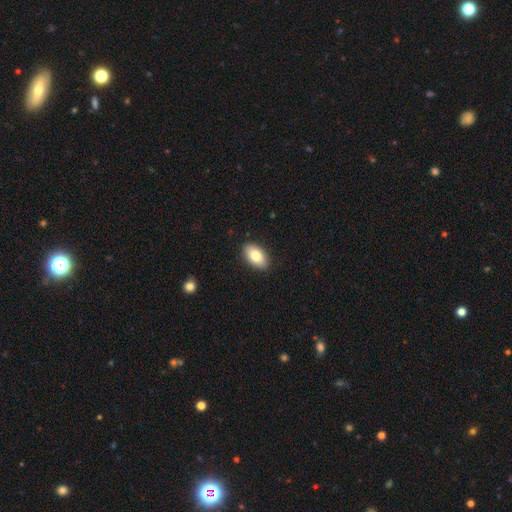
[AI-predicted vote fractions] Smooth or featured: smooth — 83% (featured or disk — 10%)
How rounded: in between — 93% (round — 5%)
Merging: none — 89% (minor disturbance — 8%)